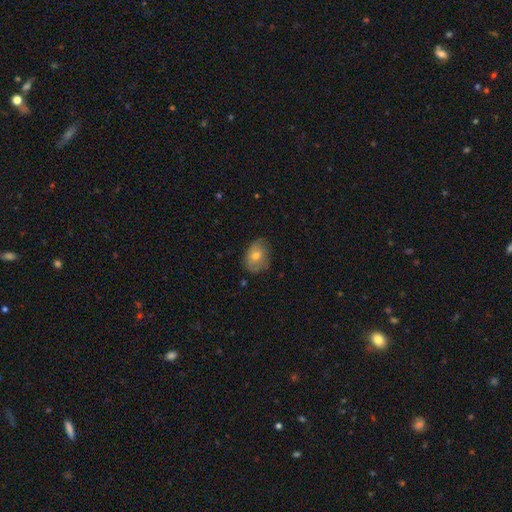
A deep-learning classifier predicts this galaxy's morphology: A smooth galaxy with no disk features (63%) that is in between round and cigar-shaped (68%). Merging: none (68%).